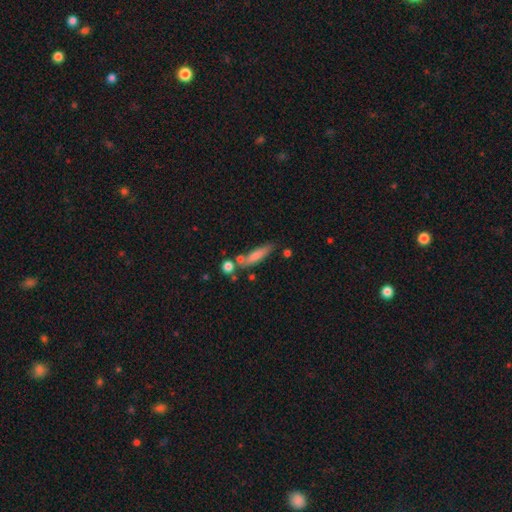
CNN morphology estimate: Smooth or featured: smooth — 75% (featured or disk — 18%)
How rounded: cigar-shaped — 75% (in between — 23%)
Merging: none — 66% (minor disturbance — 16%)